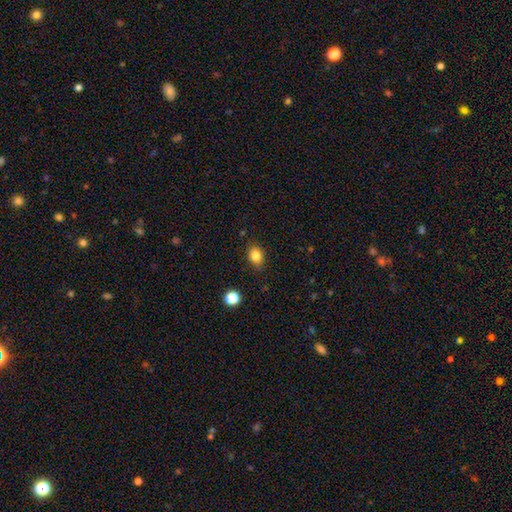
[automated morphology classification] This is clearly a smooth galaxy (83%). How rounded: likely in between (64%). Merging: clearly none (81%).